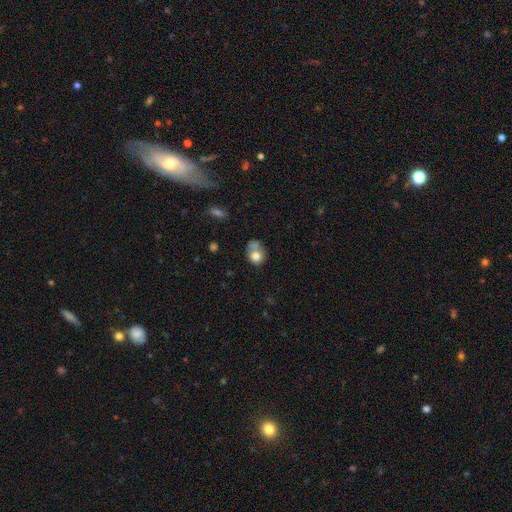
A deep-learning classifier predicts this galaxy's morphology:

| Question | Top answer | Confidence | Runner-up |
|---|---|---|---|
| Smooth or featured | smooth | 73% | featured or disk (17%) |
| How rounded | round | 54% | in between (45%) |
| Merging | none | 33% | merger (29%) |